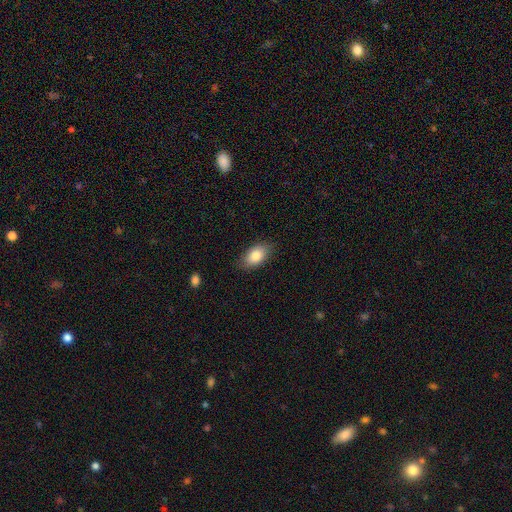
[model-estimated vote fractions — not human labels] Smooth or featured? smooth (83%)
How rounded? in between (91%)
Merging? none (84%)